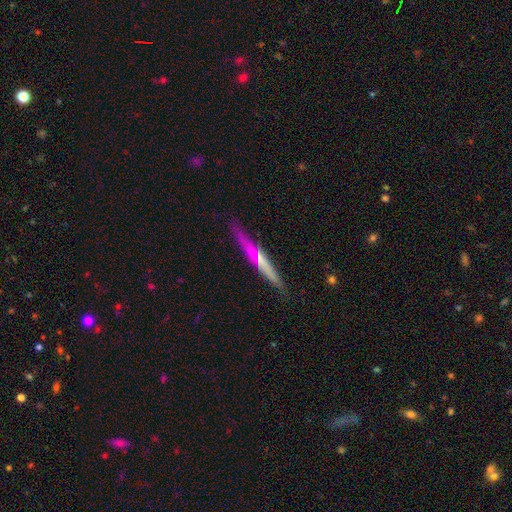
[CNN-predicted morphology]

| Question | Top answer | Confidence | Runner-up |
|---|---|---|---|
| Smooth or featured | featured or disk | 66% | smooth (28%) |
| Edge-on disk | yes | 96% | no (4%) |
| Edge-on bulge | rounded | 50% | none (44%) |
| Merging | none | 84% | minor disturbance (13%) |